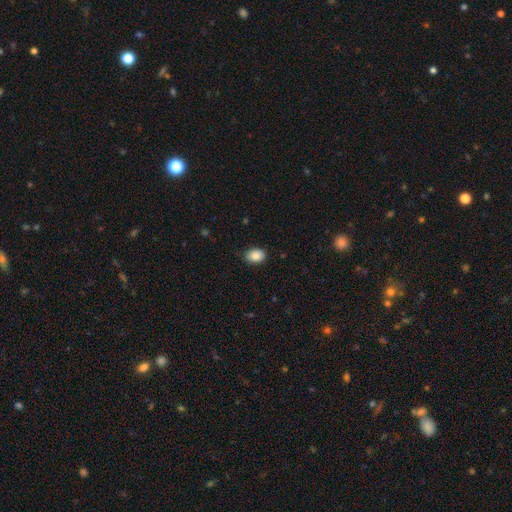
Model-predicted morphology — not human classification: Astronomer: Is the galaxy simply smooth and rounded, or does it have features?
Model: smooth — 87%.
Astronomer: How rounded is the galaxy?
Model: in between — 75%.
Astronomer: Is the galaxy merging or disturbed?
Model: none — 86%.